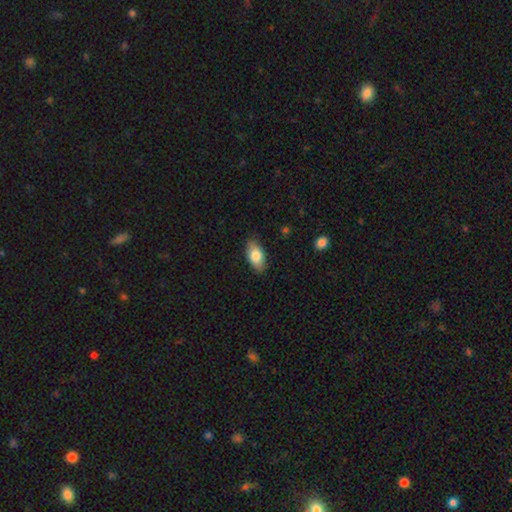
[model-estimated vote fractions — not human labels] The model was most divided on "smooth or featured": smooth: 80%, featured or disk: 14%, star or artifact: 6%. More confident: how rounded — in between (92%); merging — none (85%).